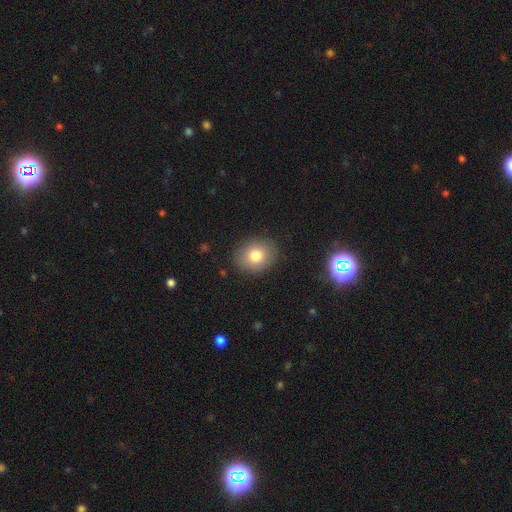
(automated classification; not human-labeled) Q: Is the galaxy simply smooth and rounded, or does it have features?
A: smooth — 79%.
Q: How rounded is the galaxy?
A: round — 54%.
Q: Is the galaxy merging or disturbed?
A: none — 88%.